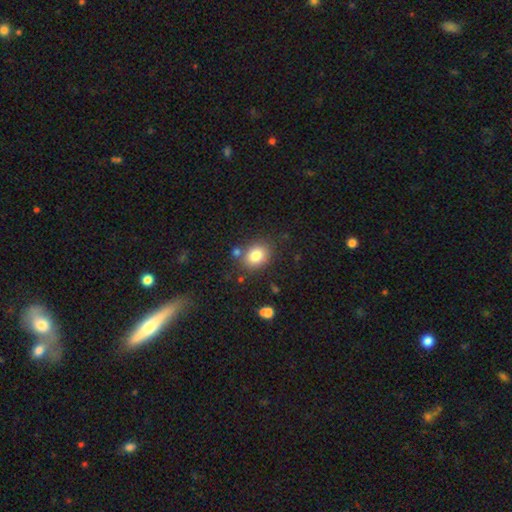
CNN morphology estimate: Q: Smooth or featured?
A: smooth (82%); runner-up: star or artifact (10%)
Q: How rounded?
A: round (52%); runner-up: in between (47%)
Q: Merging?
A: none (76%); runner-up: minor disturbance (12%)